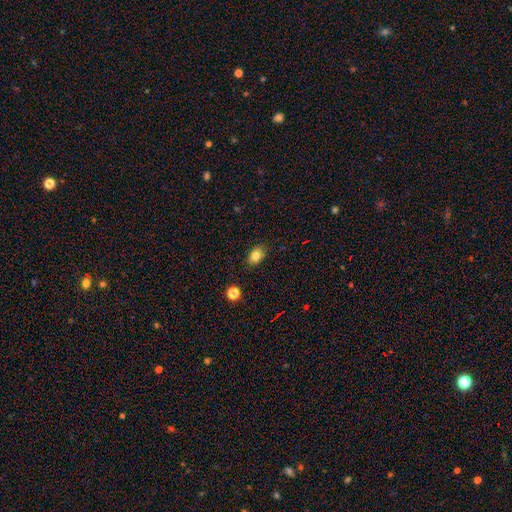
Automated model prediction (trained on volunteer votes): Morphology: type=smooth (81%); roundness=in between (69%); merging=none (85%).